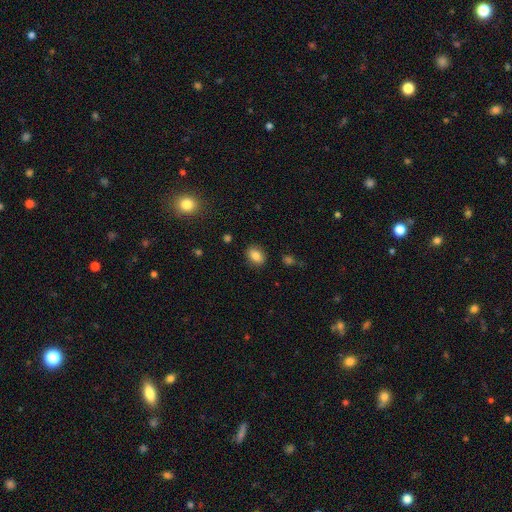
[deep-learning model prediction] This appears to be a smooth galaxy with no disk features (85%) that is in between round and cigar-shaped (73%). Merging: none (86%).